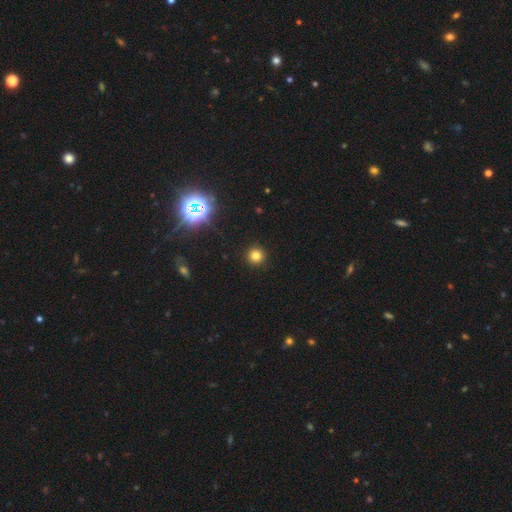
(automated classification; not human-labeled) The model was most divided on "smooth or featured": smooth: 76%, star or artifact: 18%, featured or disk: 6%. More confident: how rounded — round (95%); merging — none (92%).